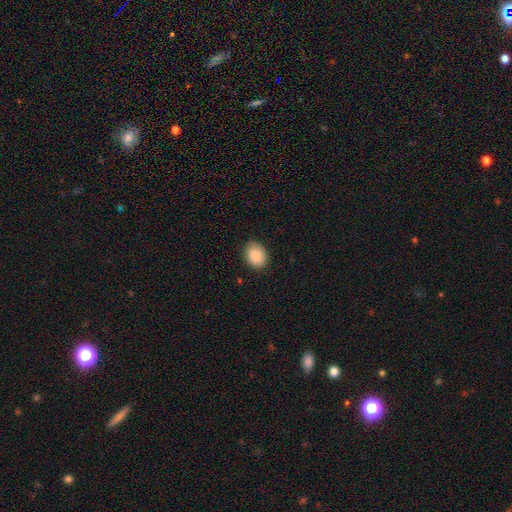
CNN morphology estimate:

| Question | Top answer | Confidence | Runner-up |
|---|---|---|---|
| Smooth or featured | smooth | 89% | star or artifact (7%) |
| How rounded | in between | 68% | round (31%) |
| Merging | none | 86% | minor disturbance (11%) |